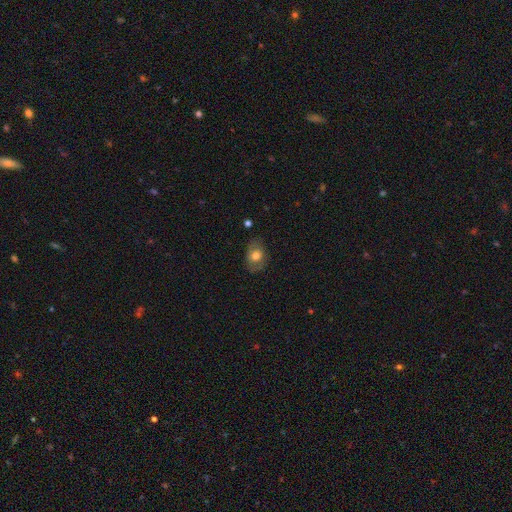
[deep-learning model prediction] Smooth or featured: smooth — 61% (featured or disk — 31%)
How rounded: in between — 72% (round — 27%)
Merging: none — 75% (minor disturbance — 17%)